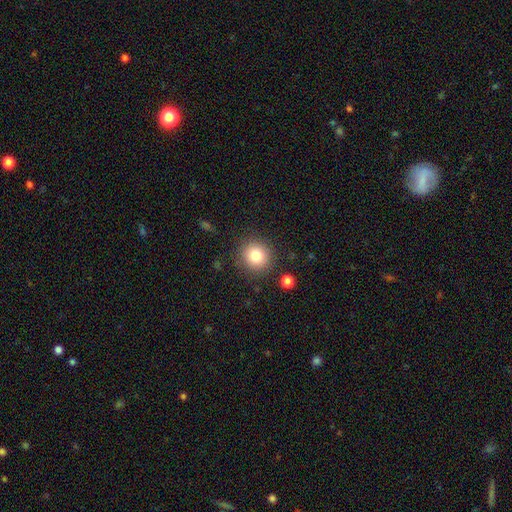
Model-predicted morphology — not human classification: This is clearly a smooth galaxy (80%). How rounded: clearly round (92%). Merging: clearly none (87%).